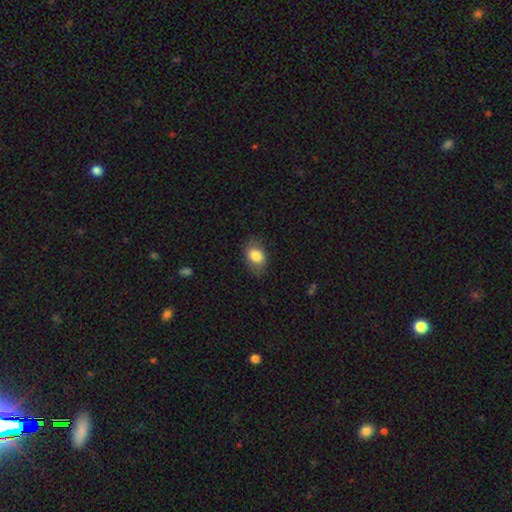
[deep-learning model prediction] smooth-or-featured: smooth: 80% | featured or disk: 12% | star or artifact: 7%
  how-rounded: in between: 78% | round: 21% | cigar-shaped: 1%
  merging: none: 73% | minor disturbance: 20% | major disturbance: 6% | merger: 1%